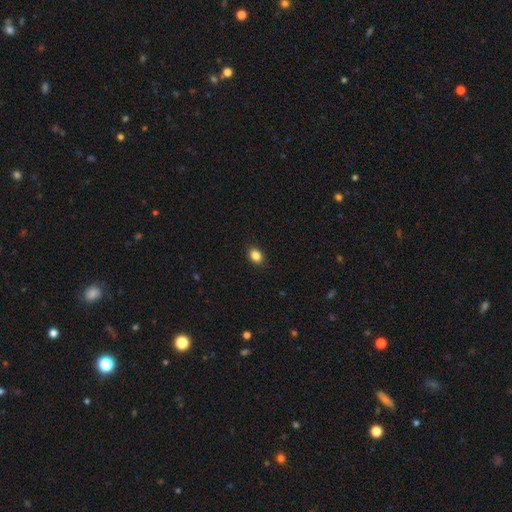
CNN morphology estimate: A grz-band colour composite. It shows a smooth galaxy with no disk features (86%) that is in between round and cigar-shaped (70%). Merging: none (90%).